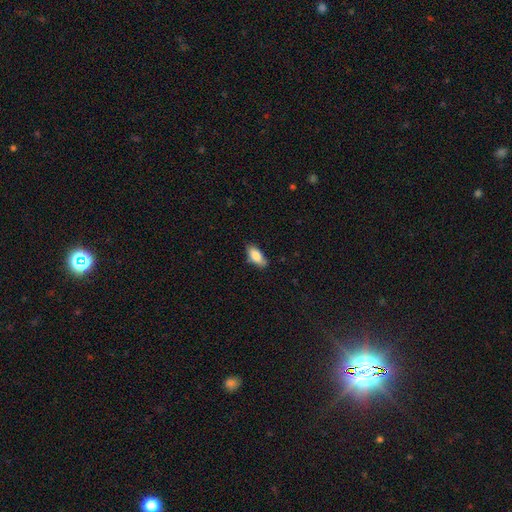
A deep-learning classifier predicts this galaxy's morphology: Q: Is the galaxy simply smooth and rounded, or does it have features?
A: smooth — 85%.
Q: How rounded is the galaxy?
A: in between — 88%.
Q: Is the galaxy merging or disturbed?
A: none — 78%.